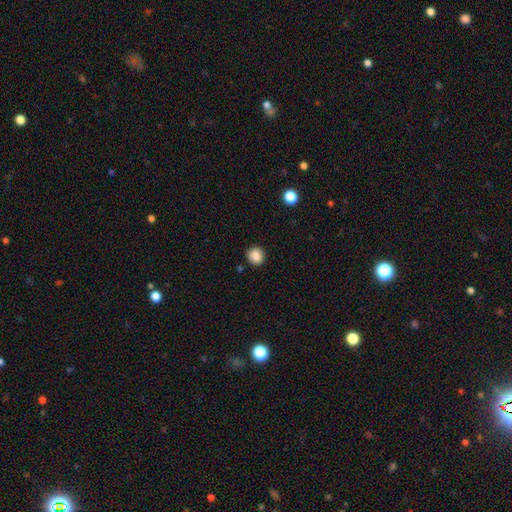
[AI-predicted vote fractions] A smooth galaxy with no disk features (87%) that is round (85%).

Vote fractions:
- Smooth or featured? smooth: 87% / star or artifact: 10% / featured or disk: 3%
- How rounded? round: 85% / in between: 14% / cigar-shaped: 1%
- Merging? none: 89% / minor disturbance: 7% / major disturbance: 2% / merger: 2%